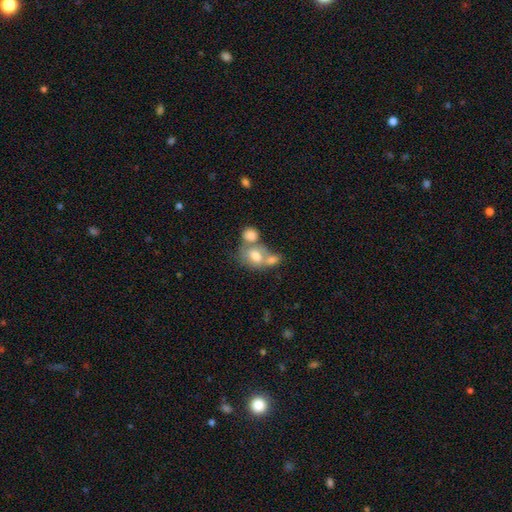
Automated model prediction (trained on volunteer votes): Smooth or featured? Predicted: smooth (p=0.68). How rounded? Predicted: in between (p=0.59). Merging? Predicted: merger (p=0.57).